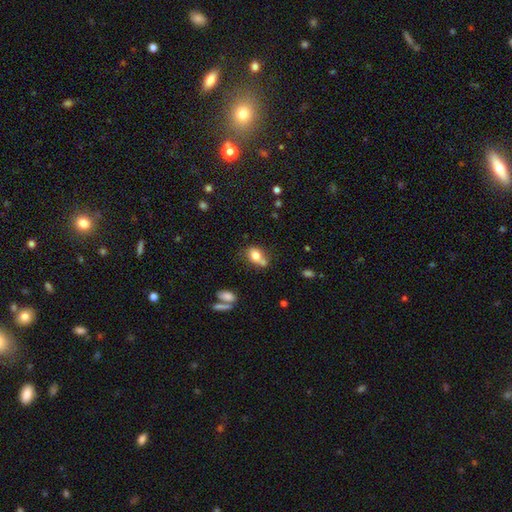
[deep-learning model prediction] This is likely a smooth galaxy (76%). How rounded: likely in between (71%). Merging: marginally none (41%).